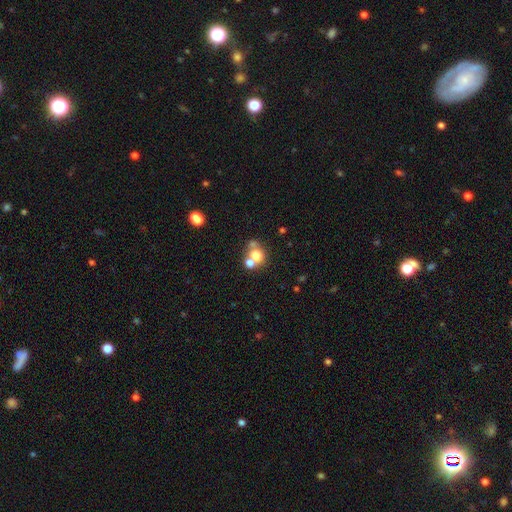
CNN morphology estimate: type=smooth (69%); roundness=round (74%); merging=merger (48%).